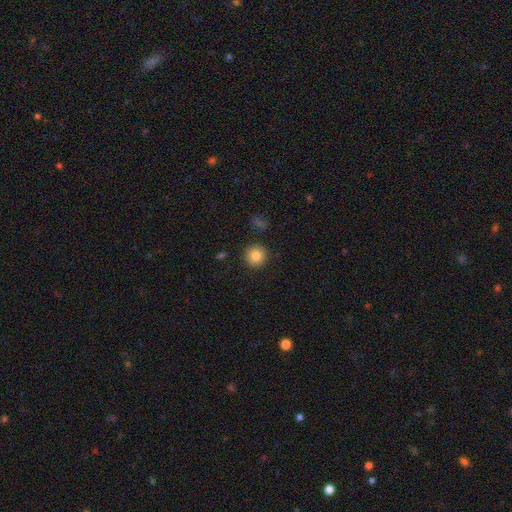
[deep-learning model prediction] Morphology: type=smooth (84%); roundness=round (94%); merging=none (89%).